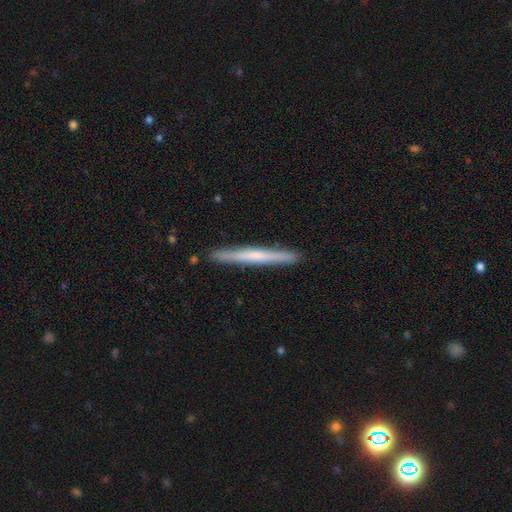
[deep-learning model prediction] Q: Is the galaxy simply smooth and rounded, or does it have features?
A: featured or disk — 48%.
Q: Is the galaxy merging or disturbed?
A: none — 91%.